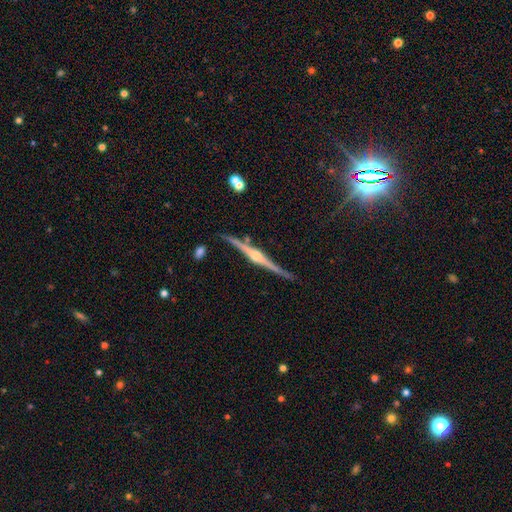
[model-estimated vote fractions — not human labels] featured or disk 88%, smooth 6%, star or artifact 6%. Down the decision tree: edge-on disk — yes (98%); edge-on bulge — rounded (89%); merging — none (87%).